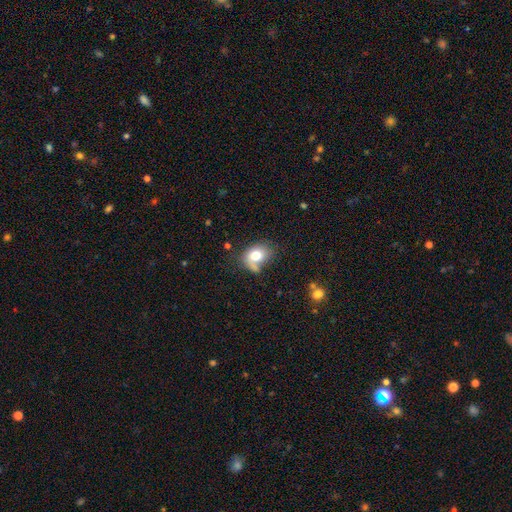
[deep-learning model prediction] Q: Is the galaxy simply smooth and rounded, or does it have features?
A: smooth — 74%.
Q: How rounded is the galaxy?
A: in between — 66%.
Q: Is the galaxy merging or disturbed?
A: none — 44%.